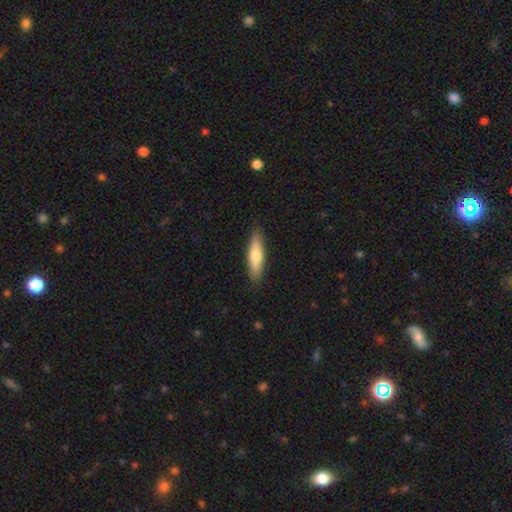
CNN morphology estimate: This is likely a smooth galaxy (64%). How rounded: likely cigar-shaped (67%). Merging: clearly none (88%).